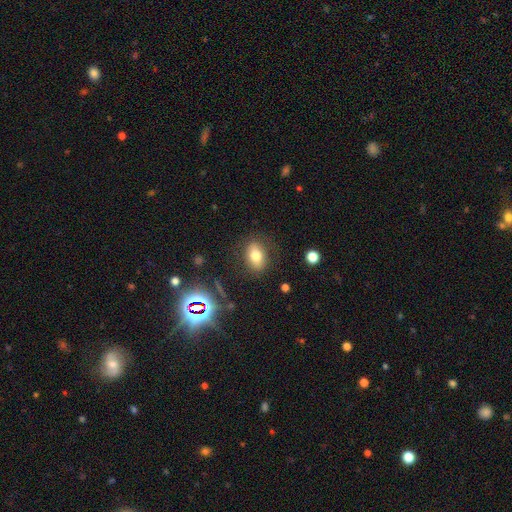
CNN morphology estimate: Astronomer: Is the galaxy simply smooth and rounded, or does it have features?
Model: smooth — 72%.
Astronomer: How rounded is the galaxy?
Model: in between — 81%.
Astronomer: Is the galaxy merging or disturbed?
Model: none — 79%.